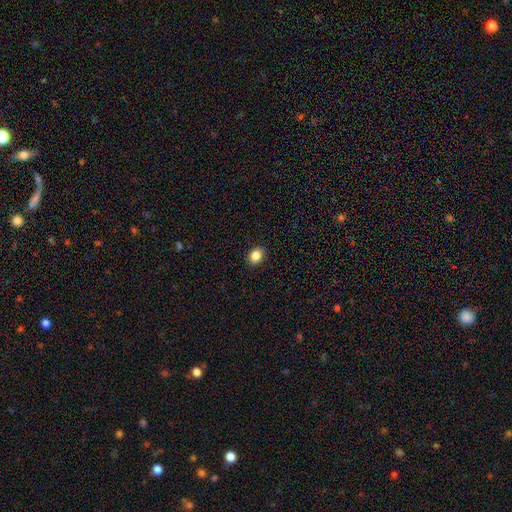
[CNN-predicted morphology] smooth-or-featured: smooth: 84% | star or artifact: 11% | featured or disk: 5%
  how-rounded: round: 59% | in between: 40% | cigar-shaped: 1%
  merging: none: 91% | minor disturbance: 6% | major disturbance: 2% | merger: 1%